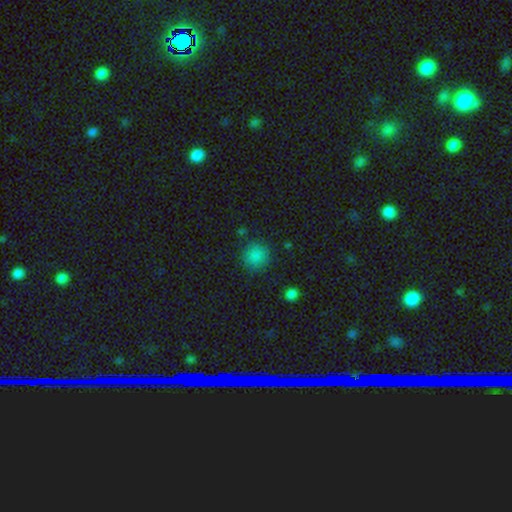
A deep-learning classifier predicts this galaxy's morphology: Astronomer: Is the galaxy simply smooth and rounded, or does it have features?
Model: smooth — 83%.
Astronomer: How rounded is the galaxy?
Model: round — 90%.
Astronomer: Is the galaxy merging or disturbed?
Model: none — 85%.